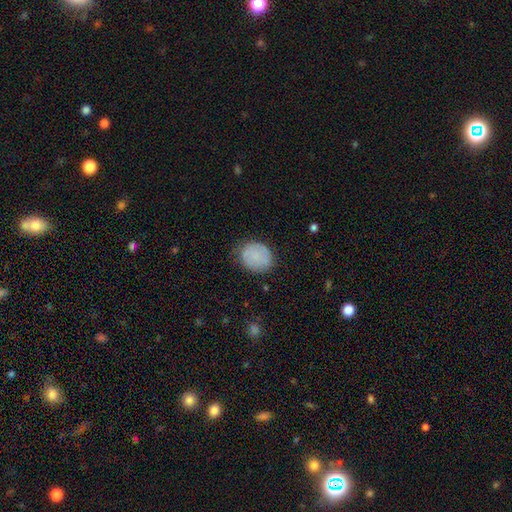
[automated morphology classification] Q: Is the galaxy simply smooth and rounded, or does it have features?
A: smooth — 77%.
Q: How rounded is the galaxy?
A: round — 65%.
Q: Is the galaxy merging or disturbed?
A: none — 75%.